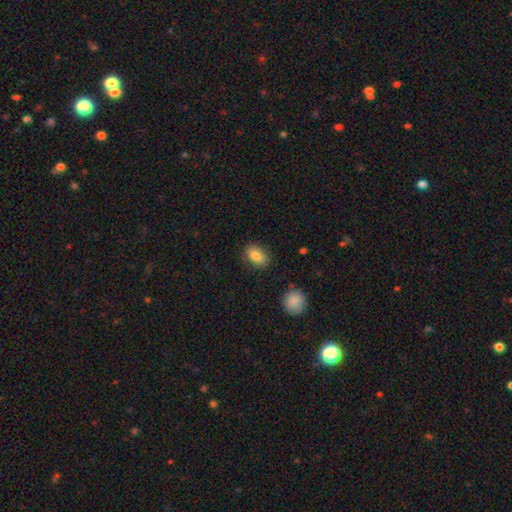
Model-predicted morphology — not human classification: Smooth or featured? smooth (82%)
How rounded? in between (83%)
Merging? none (82%)